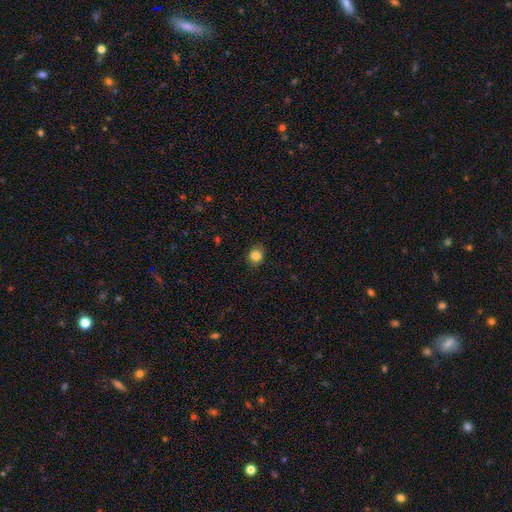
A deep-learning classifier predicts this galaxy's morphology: A smooth galaxy with no disk features (84%) that is round (72%).

Vote fractions:
- Smooth or featured? smooth: 84% / star or artifact: 10% / featured or disk: 6%
- How rounded? round: 72% / in between: 27% / cigar-shaped: 1%
- Merging? none: 85% / minor disturbance: 11% / major disturbance: 2% / merger: 1%